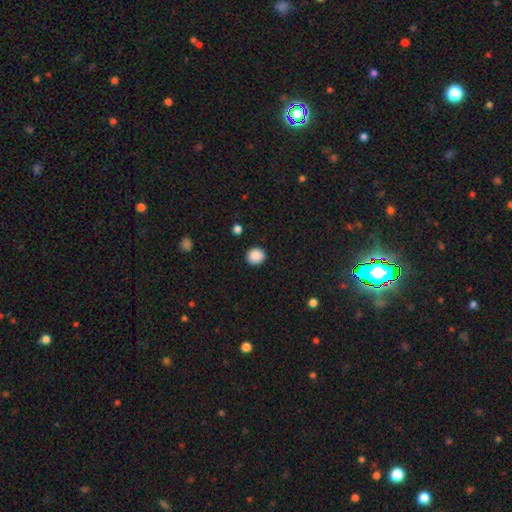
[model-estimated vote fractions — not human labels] A smooth galaxy with no disk features (89%) that is round (85%).

Vote fractions:
- Smooth or featured? smooth: 89% / star or artifact: 9% / featured or disk: 3%
- How rounded? round: 85% / in between: 14% / cigar-shaped: 1%
- Merging? none: 91% / minor disturbance: 6% / major disturbance: 2% / merger: 1%